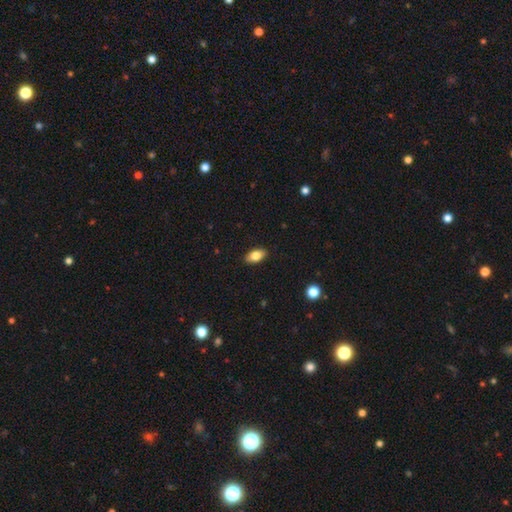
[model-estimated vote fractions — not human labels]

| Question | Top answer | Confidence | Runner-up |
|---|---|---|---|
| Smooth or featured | smooth | 81% | featured or disk (12%) |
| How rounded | in between | 91% | round (5%) |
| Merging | none | 89% | minor disturbance (8%) |